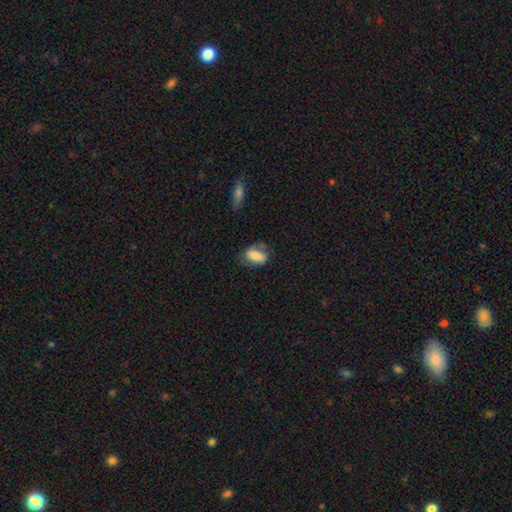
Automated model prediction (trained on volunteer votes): smooth-or-featured: smooth: 70% | featured or disk: 22% | star or artifact: 8%
  how-rounded: in between: 84% | round: 13% | cigar-shaped: 4%
  merging: none: 52% | minor disturbance: 30% | major disturbance: 14% | merger: 4%